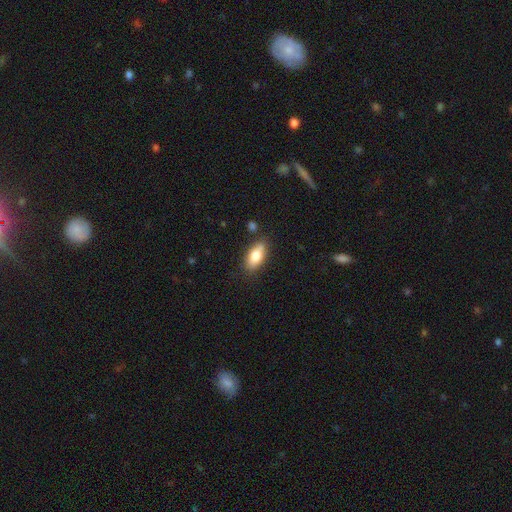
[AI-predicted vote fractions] The model was most divided on "merging": none: 78%, minor disturbance: 15%, merger: 4%, major disturbance: 3%. More confident: how rounded — in between (86%); smooth or featured — smooth (80%).